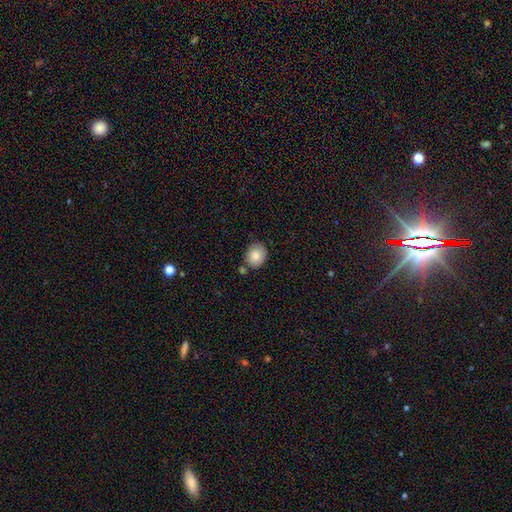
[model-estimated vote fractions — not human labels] A smooth galaxy with no disk features (83%) that is round (58%). Merging: none (75%).